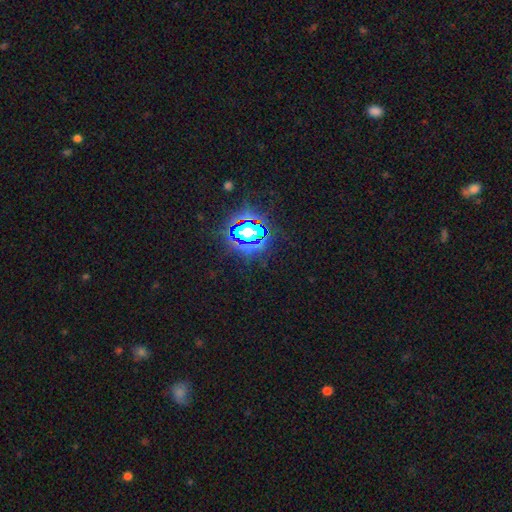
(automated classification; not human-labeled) The model was most divided on "smooth or featured": star or artifact: 81%, smooth: 12%, featured or disk: 7%.